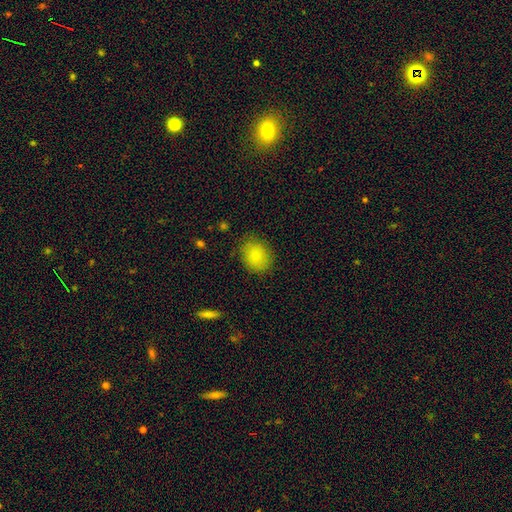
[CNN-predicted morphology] Smooth or featured? Predicted: smooth (p=0.84). How rounded? Predicted: round (p=0.62). Merging? Predicted: none (p=0.81).